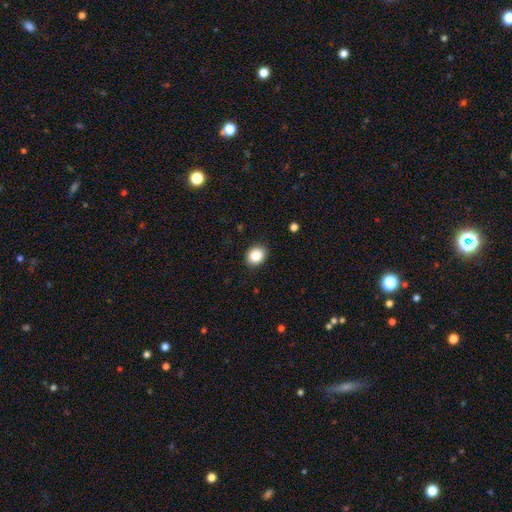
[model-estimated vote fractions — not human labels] This appears to be a smooth galaxy with no disk features (87%) that is round (59%). Merging: none (89%).